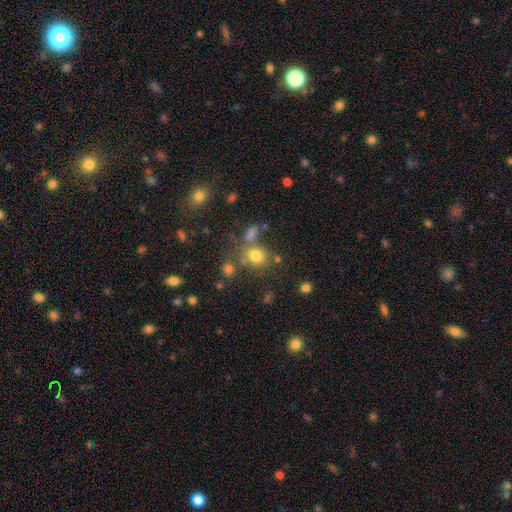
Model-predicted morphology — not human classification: smooth_or_featured: smooth (p=0.74) [alt: star or artifact p=0.14]
how_rounded: round (p=0.56) [alt: in between p=0.43]
merging: none (p=0.57) [alt: merger p=0.19]